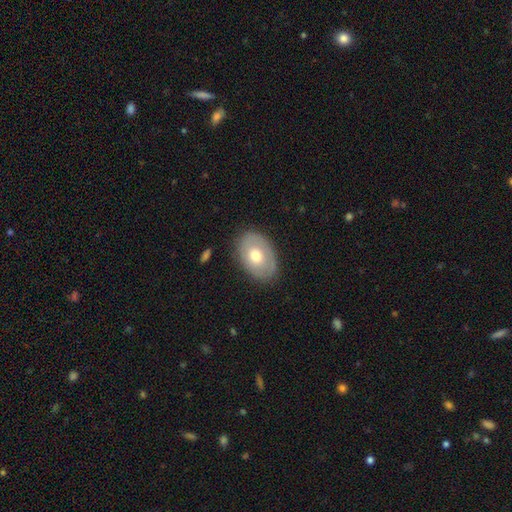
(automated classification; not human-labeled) This is possibly a smooth galaxy (55%). How rounded: clearly in between (82%). Merging: clearly none (82%).